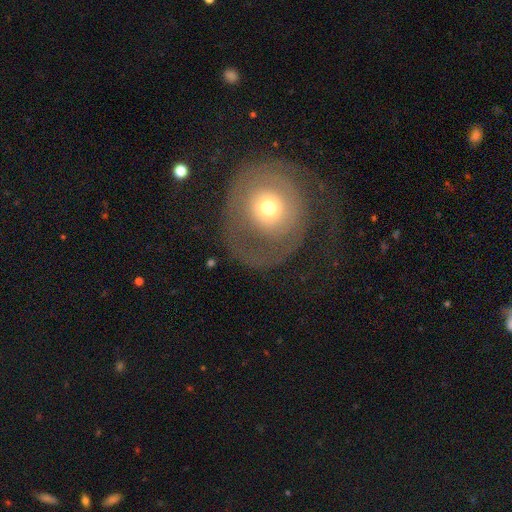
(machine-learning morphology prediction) Smooth or featured?
  - featured or disk: 61% *
  - smooth: 31%
  - star or artifact: 8%
Edge-on disk?
  - no: 96% *
  - yes: 4%
Bar?
  - no: 84% *
  - weak: 12%
  - strong: 4%
Spiral arms?
  - yes: 62% *
  - no: 38%
Bulge size?
  - moderate: 62% *
  - small: 27%
  - large: 8%
  - dominant: 2%
  - none: 1%
Merging?
  - none: 55% *
  - major disturbance: 26%
  - minor disturbance: 17%
  - merger: 2%